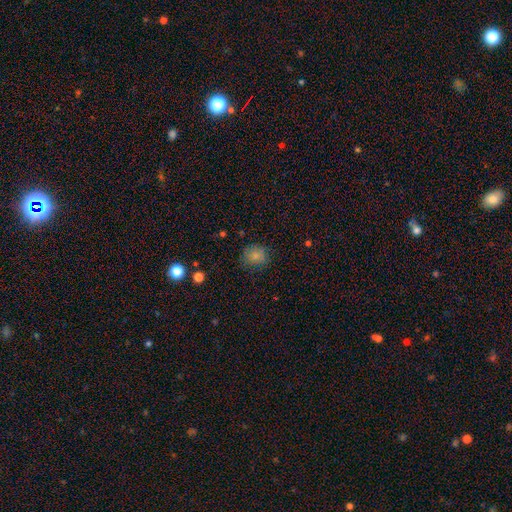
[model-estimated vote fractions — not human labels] Q: Smooth or featured?
A: smooth (80%); runner-up: star or artifact (12%)
Q: How rounded?
A: round (71%); runner-up: in between (28%)
Q: Merging?
A: none (78%); runner-up: minor disturbance (16%)